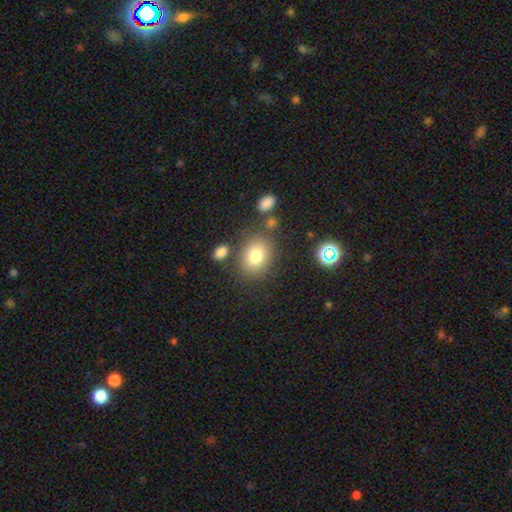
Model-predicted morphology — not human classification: Smooth or featured?
  - smooth: 79% *
  - star or artifact: 11%
  - featured or disk: 10%
How rounded?
  - in between: 55% *
  - round: 44%
  - cigar-shaped: 1%
Merging?
  - none: 76% *
  - minor disturbance: 12%
  - merger: 7%
  - major disturbance: 5%